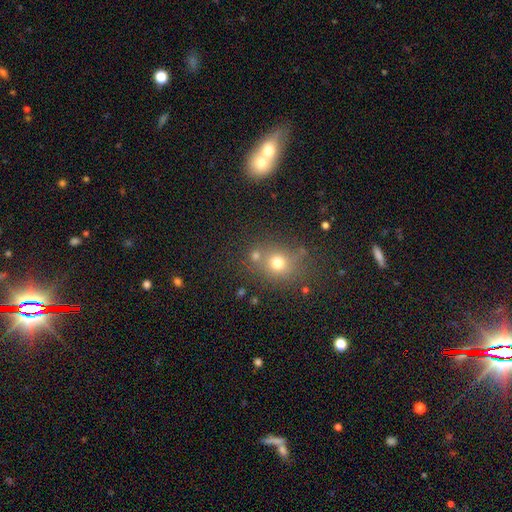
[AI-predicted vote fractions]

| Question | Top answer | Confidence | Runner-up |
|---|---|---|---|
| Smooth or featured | smooth | 69% | star or artifact (21%) |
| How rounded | round | 78% | in between (20%) |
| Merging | none | 67% | merger (19%) |